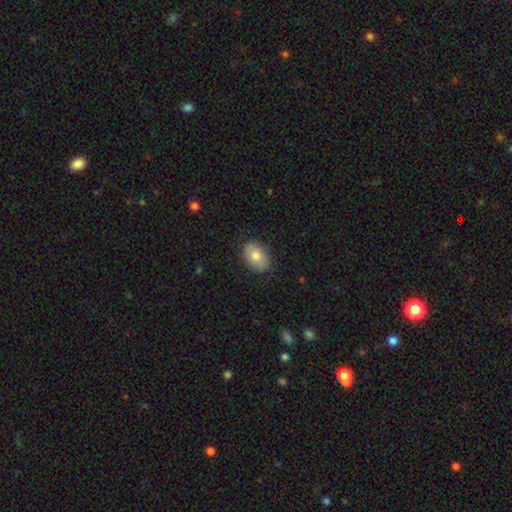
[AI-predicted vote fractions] Morphology: type=smooth (77%); roundness=in between (84%); merging=none (83%).